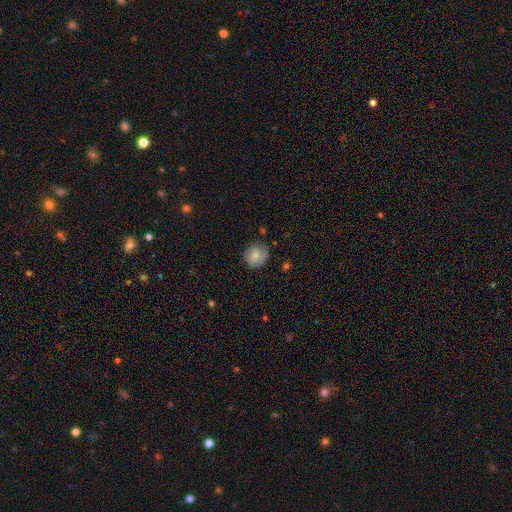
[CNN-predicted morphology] smooth 79%, featured or disk 13%, star or artifact 9%. Down the decision tree: how rounded — round (83%); merging — none (76%).